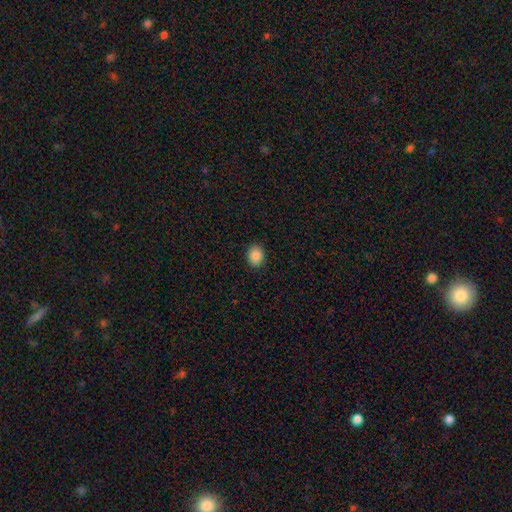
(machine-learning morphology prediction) Smooth or featured? Predicted: smooth (p=0.87). How rounded? Predicted: round (p=0.54). Merging? Predicted: none (p=0.91).